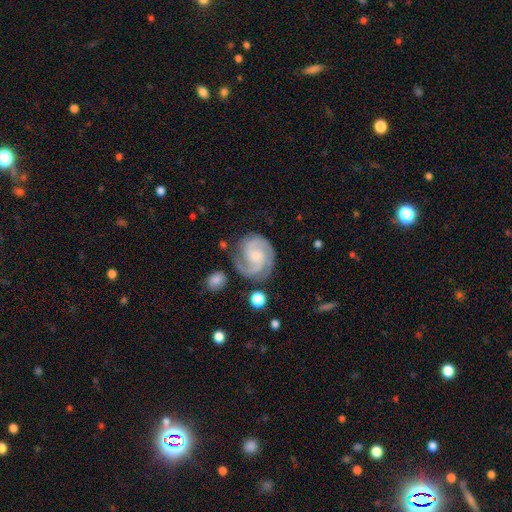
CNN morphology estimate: A featured or disk galaxy (87%) with no bar (59%), 2 (72%) tight (48%) spiral arms (98%) and a small central bulge (48%). Merging: none (74%).